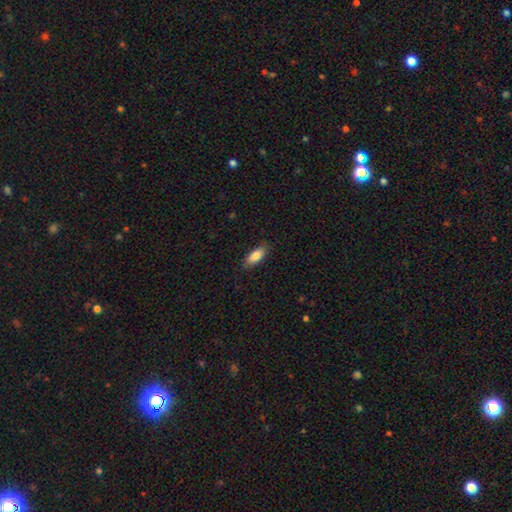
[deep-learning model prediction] A smooth galaxy with no disk features (84%) that is in between round and cigar-shaped (76%). Merging: none (85%).